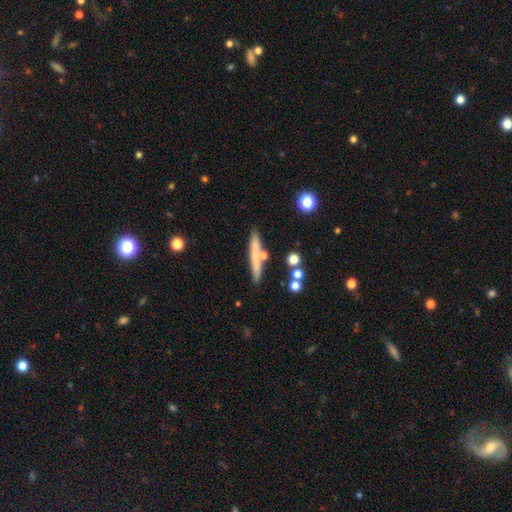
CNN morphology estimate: Overall: smooth (57%; featured or disk 35%). How rounded: cigar-shaped (92%). Merging: none (75%).